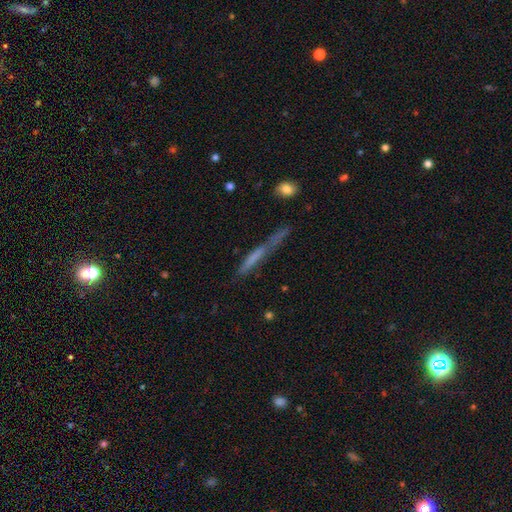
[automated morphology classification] smooth_or_featured: smooth (p=0.51) [alt: featured or disk p=0.39]
how_rounded: cigar-shaped (p=0.94) [alt: in between p=0.04]
merging: none (p=0.59) [alt: minor disturbance p=0.23]